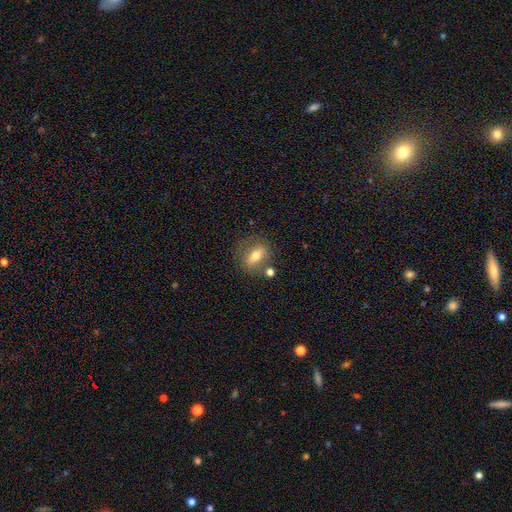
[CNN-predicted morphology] A smooth galaxy with no disk features (58%) that is in between round and cigar-shaped (67%). Merging: none (65%).